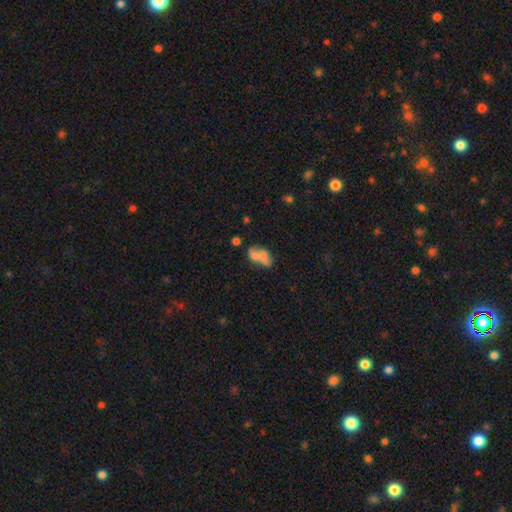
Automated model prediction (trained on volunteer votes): Smooth or featured? Predicted: smooth (p=0.57). How rounded? Predicted: in between (p=0.78). Merging? Predicted: merger (p=0.46).